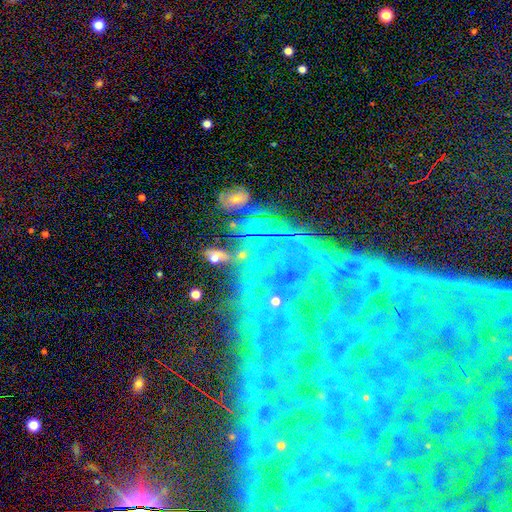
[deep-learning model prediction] A star or artifact, not a galaxy (78%).

Vote fractions:
- Smooth or featured? star or artifact: 78% / featured or disk: 12% / smooth: 10%